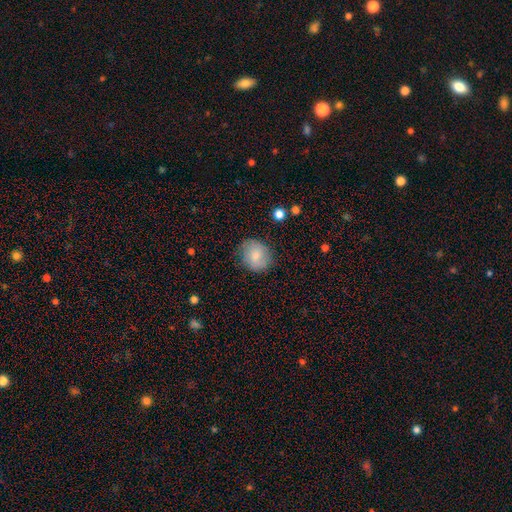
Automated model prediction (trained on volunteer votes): Morphology: type=smooth (76%); roundness=round (74%); merging=none (78%).